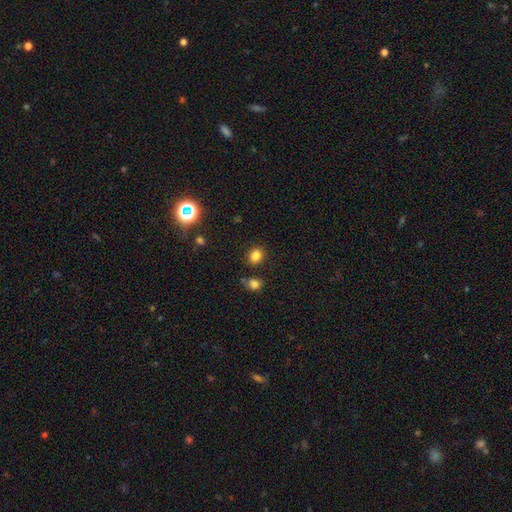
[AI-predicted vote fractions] Smooth or featured? Predicted: smooth (p=0.83). How rounded? Predicted: round (p=0.61). Merging? Predicted: none (p=0.82).